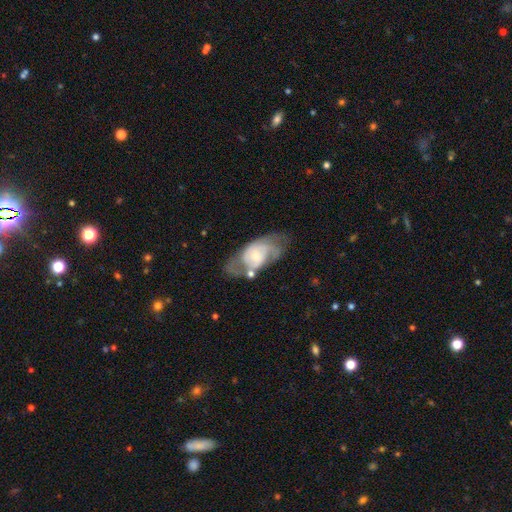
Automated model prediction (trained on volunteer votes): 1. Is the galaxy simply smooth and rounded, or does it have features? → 71% featured or disk, 23% smooth, 6% star or artifact.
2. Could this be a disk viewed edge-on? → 95% no, 5% yes.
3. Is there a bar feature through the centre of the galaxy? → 62% no, 32% weak, 6% strong.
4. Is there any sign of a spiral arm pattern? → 83% yes, 17% no.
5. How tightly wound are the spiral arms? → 46% medium, 31% tight, 23% loose.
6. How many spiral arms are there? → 56% 2, 25% can't tell, 9% 3, 6% 1, 2% 4, 2% more than 4.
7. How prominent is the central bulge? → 55% small, 33% moderate, 6% large, 4% none, 2% dominant.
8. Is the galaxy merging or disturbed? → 43% none, 23% major disturbance, 23% minor disturbance, 11% merger.